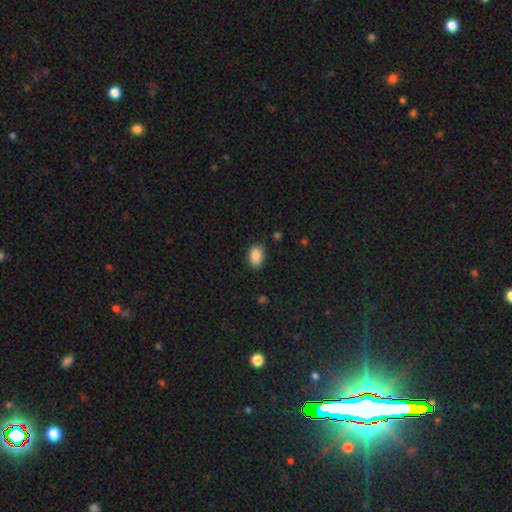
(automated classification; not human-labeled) smooth_or_featured: smooth (p=0.90) [alt: star or artifact p=0.08]
how_rounded: in between (p=0.83) [alt: round p=0.16]
merging: none (p=0.84) [alt: minor disturbance p=0.12]